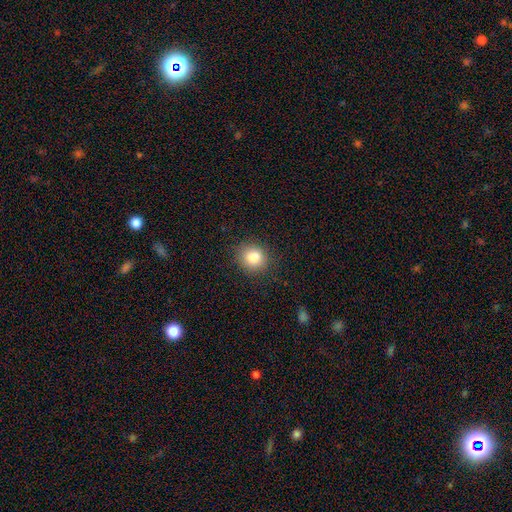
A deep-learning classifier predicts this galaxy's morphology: Smooth or featured?
  - smooth: 83% *
  - star or artifact: 10%
  - featured or disk: 6%
How rounded?
  - round: 75% *
  - in between: 24%
  - cigar-shaped: 1%
Merging?
  - none: 86% *
  - minor disturbance: 10%
  - major disturbance: 3%
  - merger: 1%